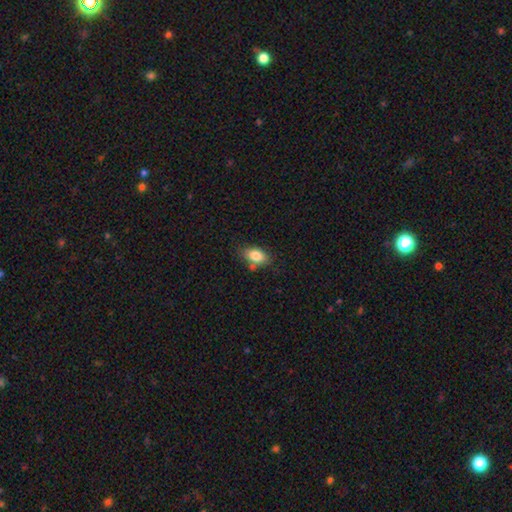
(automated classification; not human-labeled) Overall: smooth (82%). How rounded: in between (88%). Merging: none (67%).